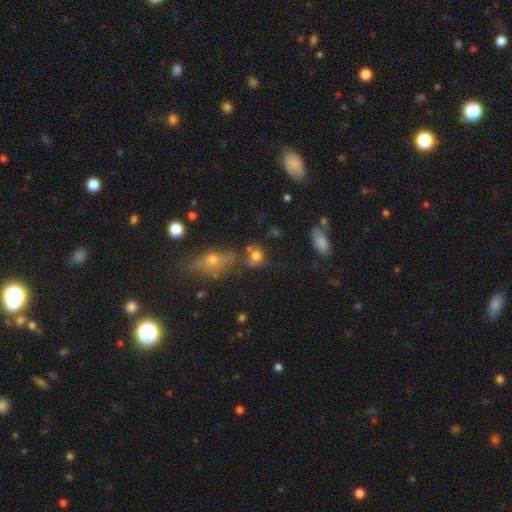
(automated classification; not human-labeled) smooth 74%, star or artifact 14%, featured or disk 11%. Down the decision tree: how rounded — round (73%); merging — none (53%).